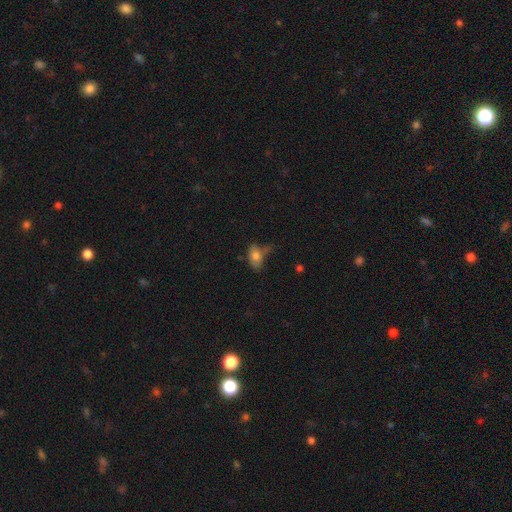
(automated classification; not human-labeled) Smooth or featured? smooth (72%)
How rounded? in between (84%)
Merging? none (40%)